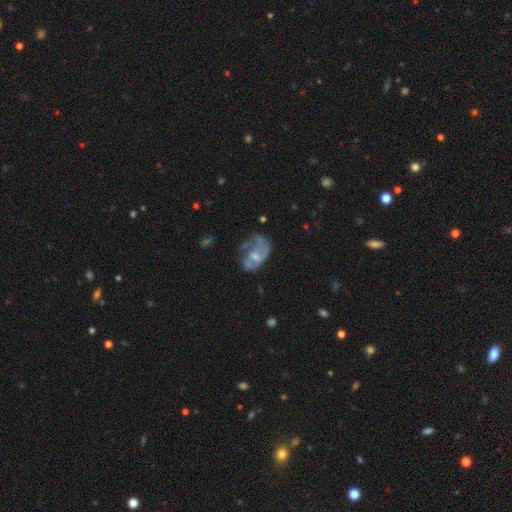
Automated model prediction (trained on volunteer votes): smooth_or_featured: featured or disk (p=0.57) [alt: smooth p=0.33]
disk_edge_on: no (p=0.97) [alt: yes p=0.03]
bar: no (p=0.72) [alt: weak p=0.24]
has_spiral_arms: no (p=0.69) [alt: yes p=0.31]
bulge_size: moderate (p=0.38) [alt: small p=0.37]
merging: major disturbance (p=0.40) [alt: none p=0.28]